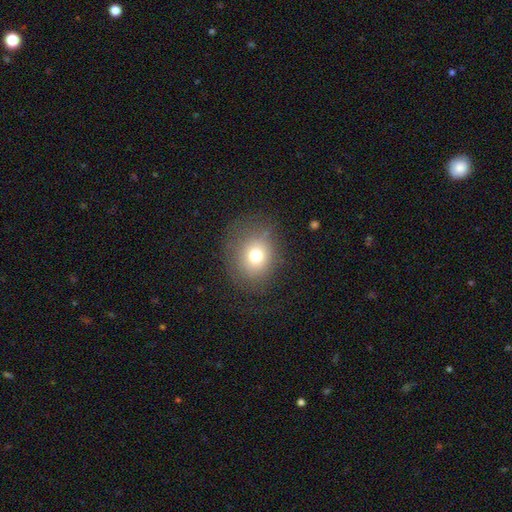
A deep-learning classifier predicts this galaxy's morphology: Overall: smooth (73%). How rounded: round (70%). Merging: none (76%).